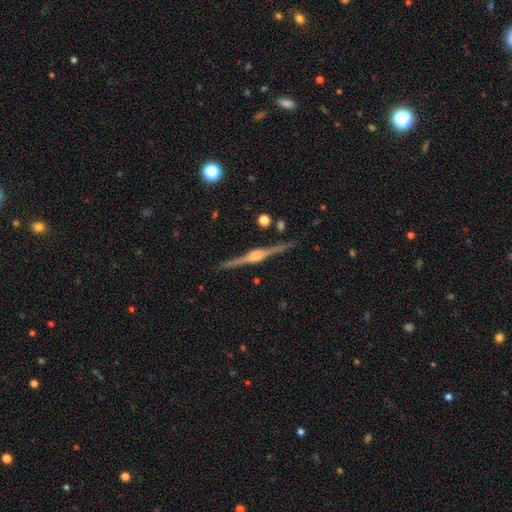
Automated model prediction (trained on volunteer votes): The model was most divided on "edge-on bulge": rounded: 81%, boxy: 16%, none: 4%. More confident: edge-on disk — yes (99%); merging — none (91%); smooth or featured — featured or disk (89%).